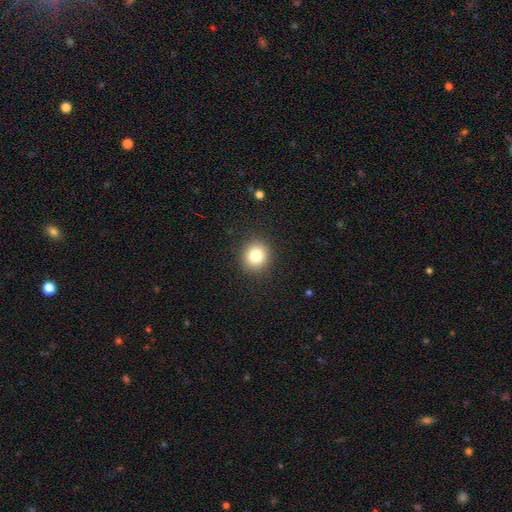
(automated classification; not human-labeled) Overall: smooth (81%). How rounded: round (88%). Merging: none (90%).